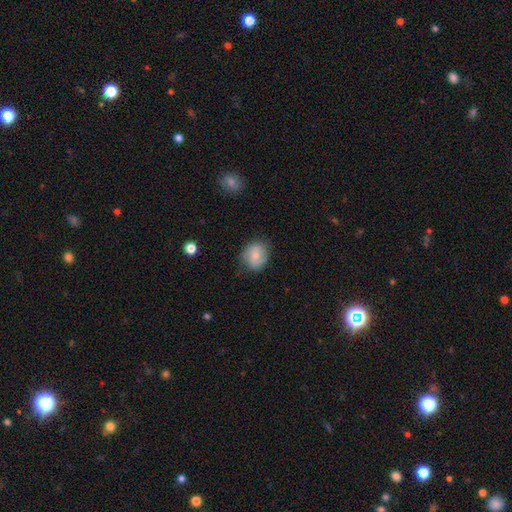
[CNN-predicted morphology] The model was most divided on "how rounded": round: 63%, in between: 36%, cigar-shaped: 1%. More confident: merging — none (74%); smooth or featured — smooth (67%).